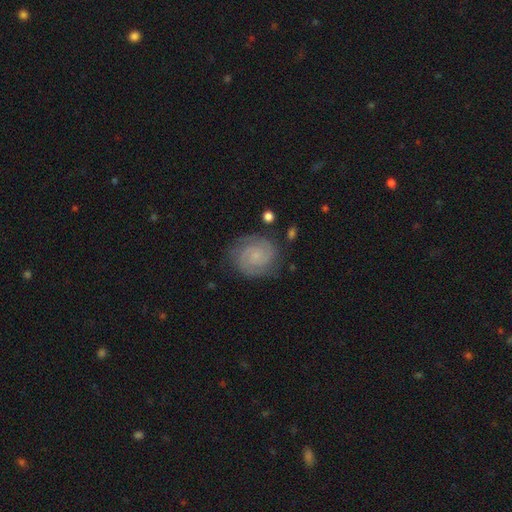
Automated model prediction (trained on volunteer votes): Smooth or featured? featured or disk (82%)
Edge-on disk? no (98%)
Bar? no (65%)
Spiral arms? yes (97%)
Spiral winding? tight (66%)
Spiral arm count? 2 (78%)
Bulge size? small (67%)
Merging? none (82%)